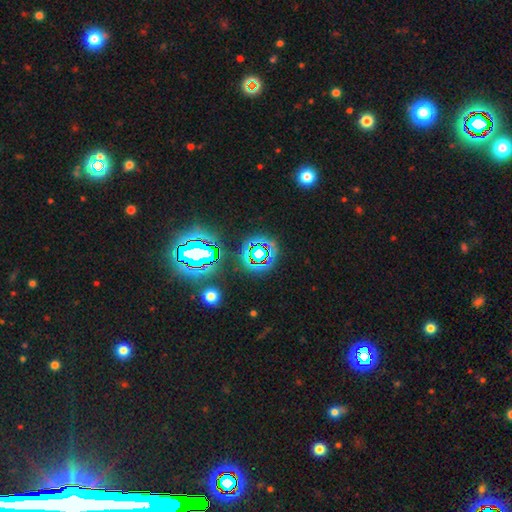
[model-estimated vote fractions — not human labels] Smooth or featured?
  - star or artifact: 70% *
  - smooth: 15%
  - featured or disk: 15%